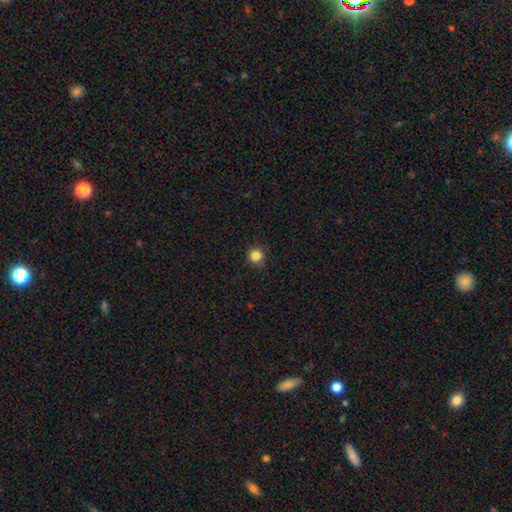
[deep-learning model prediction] smooth-or-featured: smooth: 83% | star or artifact: 13% | featured or disk: 4%
  how-rounded: round: 92% | in between: 7% | cigar-shaped: 1%
  merging: none: 85% | minor disturbance: 12% | major disturbance: 2% | merger: 1%